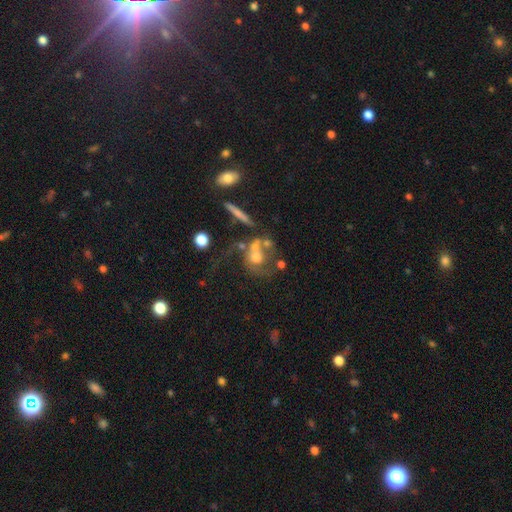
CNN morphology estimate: This is possibly a featured or disk galaxy (54%). It is clearly not viewed edge-on (92%). Merging: marginally merger (32%).